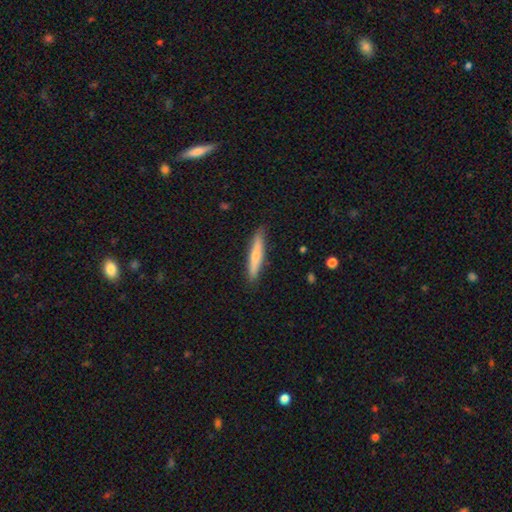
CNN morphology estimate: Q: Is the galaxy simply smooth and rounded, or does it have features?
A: smooth — 63%.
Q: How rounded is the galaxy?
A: cigar-shaped — 91%.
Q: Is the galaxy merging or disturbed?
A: none — 88%.